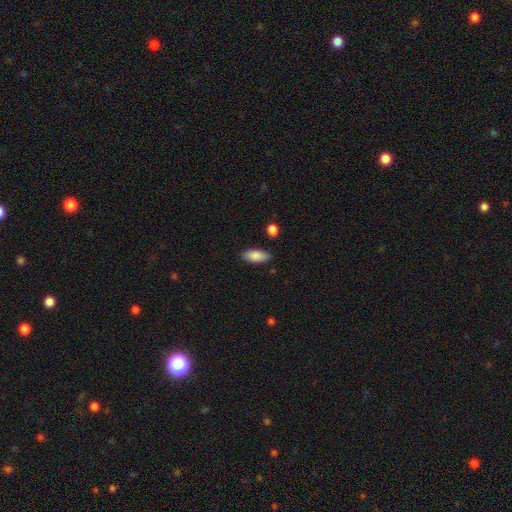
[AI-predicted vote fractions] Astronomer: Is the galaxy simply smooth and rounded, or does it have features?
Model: smooth — 87%.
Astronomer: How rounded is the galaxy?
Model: in between — 87%.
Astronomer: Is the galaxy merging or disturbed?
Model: none — 84%.